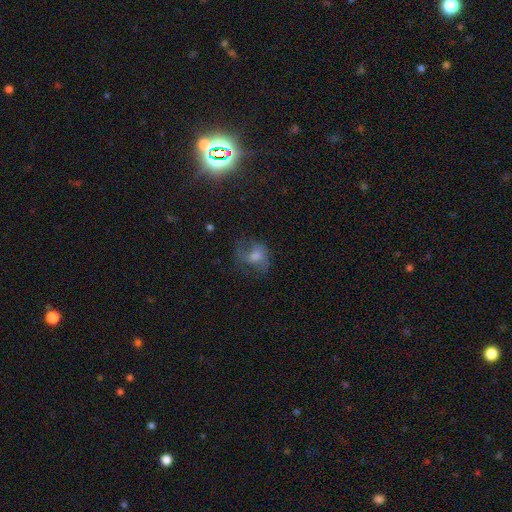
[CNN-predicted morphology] type=featured or disk (41%); merging=none (53%).